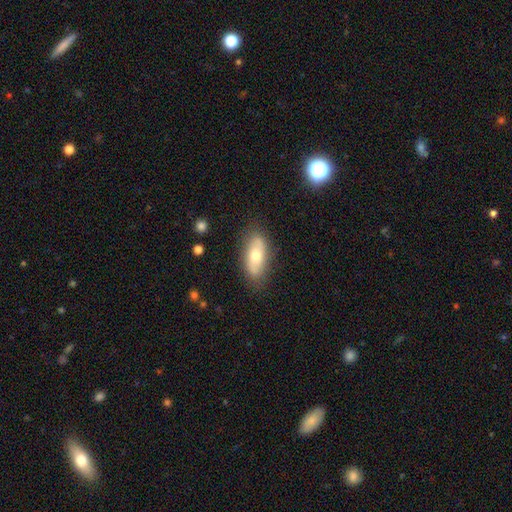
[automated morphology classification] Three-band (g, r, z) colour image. It shows a smooth galaxy with no disk features (59%) that is in between round and cigar-shaped (81%). Merging: none (82%).